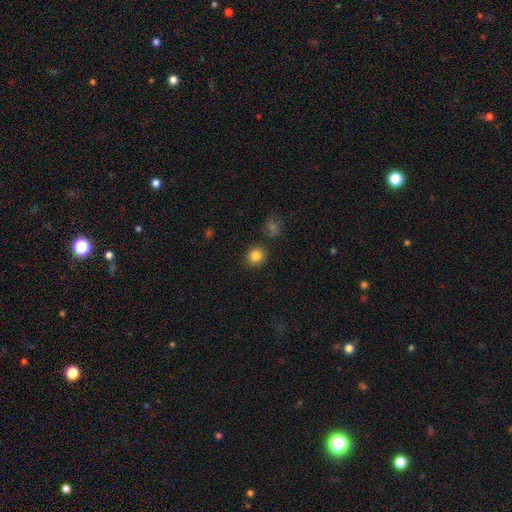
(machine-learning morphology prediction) A smooth galaxy with no disk features (84%) that is round (88%).

Vote fractions:
- Smooth or featured? smooth: 84% / star or artifact: 11% / featured or disk: 5%
- How rounded? round: 88% / in between: 11% / cigar-shaped: 1%
- Merging? none: 88% / minor disturbance: 7% / merger: 3% / major disturbance: 2%